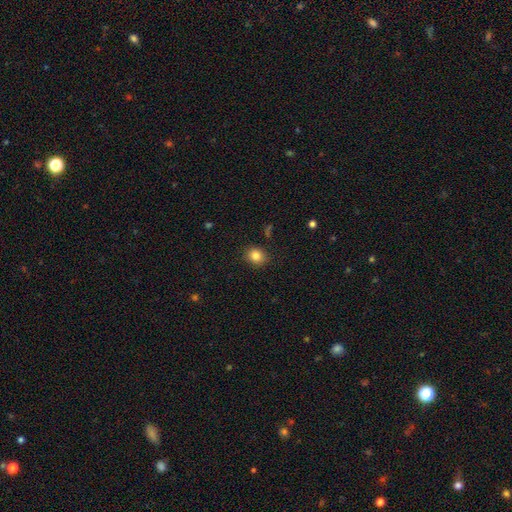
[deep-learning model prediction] Overall: smooth (84%). How rounded: round (72%). Merging: none (88%).